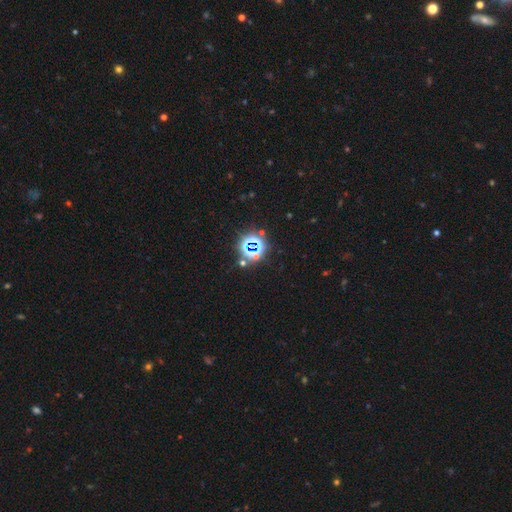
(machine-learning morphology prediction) Q: Smooth or featured?
A: star or artifact (74%); runner-up: smooth (17%)